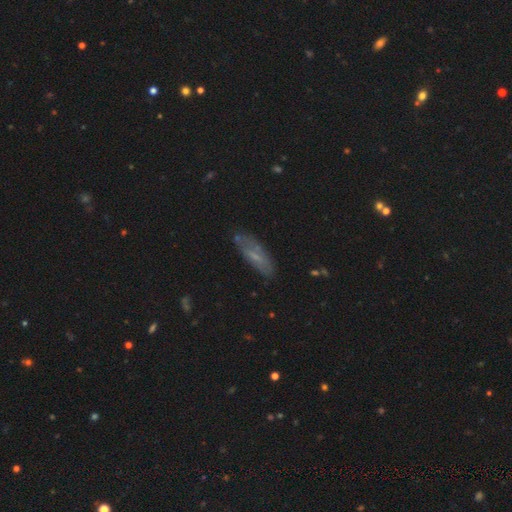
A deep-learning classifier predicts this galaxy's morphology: A smooth galaxy with no disk features (52%) that is in between round and cigar-shaped (50%). Merging: none (70%).